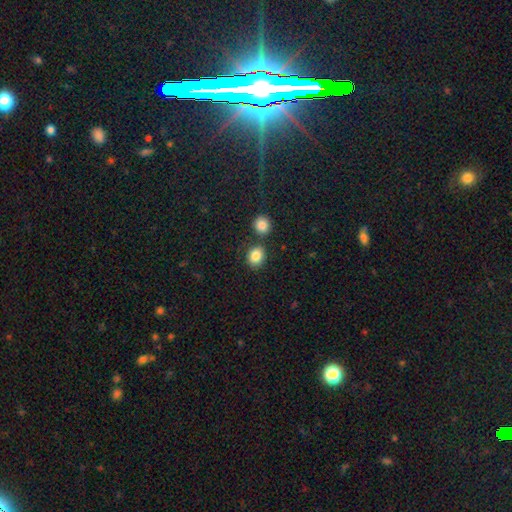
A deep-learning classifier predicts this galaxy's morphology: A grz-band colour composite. It shows a smooth galaxy with no disk features (86%) that is round (54%). Merging: none (73%).